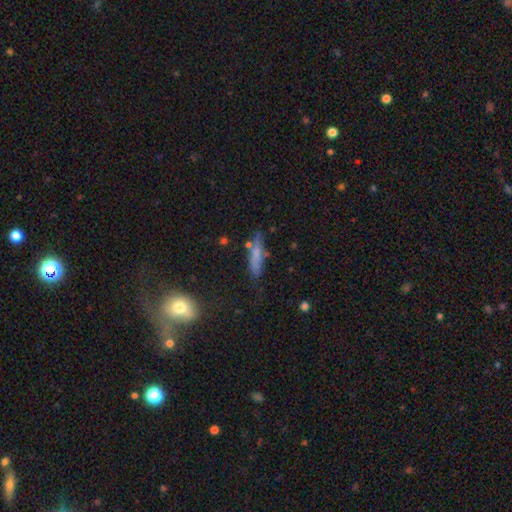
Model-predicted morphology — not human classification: smooth 66%, featured or disk 23%, star or artifact 11%. Down the decision tree: how rounded — cigar-shaped (75%); merging — none (69%).